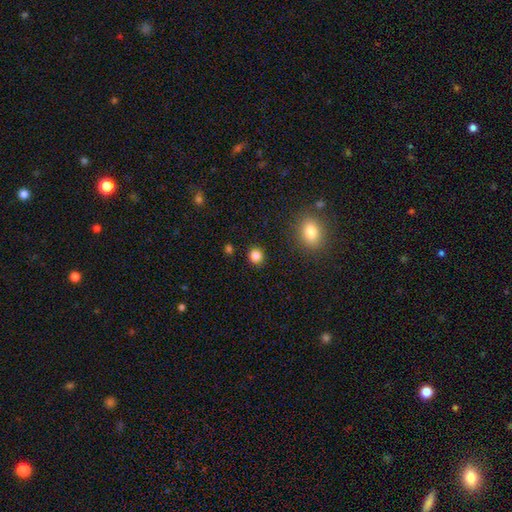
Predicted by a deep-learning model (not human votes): Smooth or featured?
  - smooth: 84% *
  - star or artifact: 12%
  - featured or disk: 4%
How rounded?
  - round: 86% *
  - in between: 13%
  - cigar-shaped: 1%
Merging?
  - none: 90% *
  - minor disturbance: 6%
  - major disturbance: 2%
  - merger: 2%